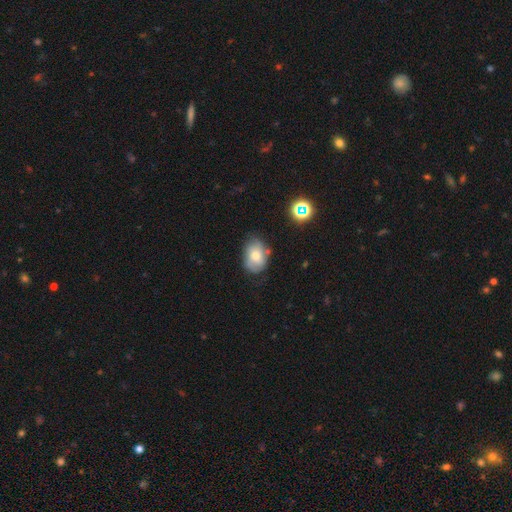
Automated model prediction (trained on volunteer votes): Morphology: type=smooth (60%); roundness=in between (73%); merging=none (61%).